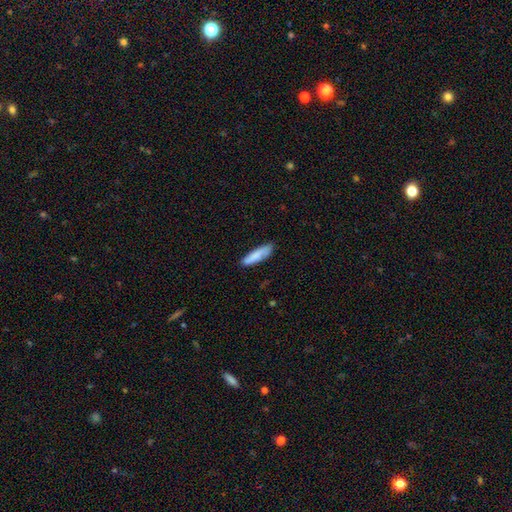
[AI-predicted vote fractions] The model was most divided on "how rounded": cigar-shaped: 70%, in between: 28%, round: 1%. More confident: merging — none (82%); smooth or featured — smooth (81%).